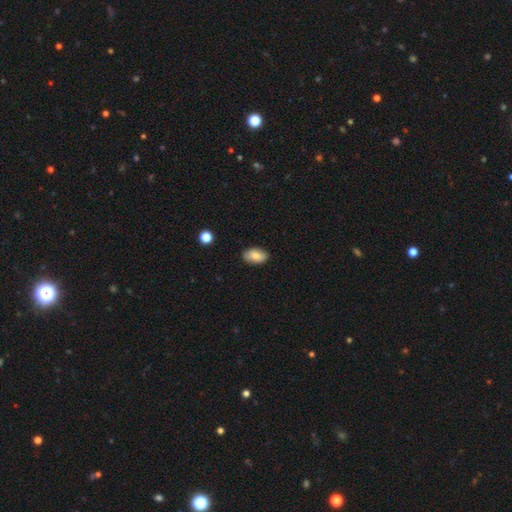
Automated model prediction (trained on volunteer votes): This appears to be a smooth galaxy with no disk features (80%) that is in between round and cigar-shaped (92%). Merging: none (87%).